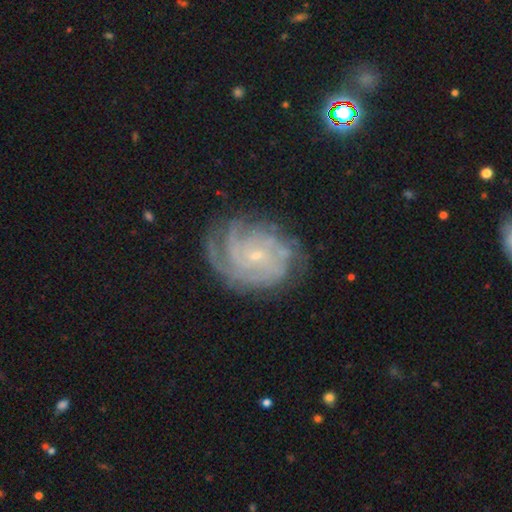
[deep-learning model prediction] featured or disk 85%, smooth 8%, star or artifact 7%. Down the decision tree: edge-on disk — no (97%); bar — no (68%); spiral arms — yes (97%); spiral arm count — can't tell (29%); spiral winding — tight (70%); bulge size — small (82%); merging — none (72%).